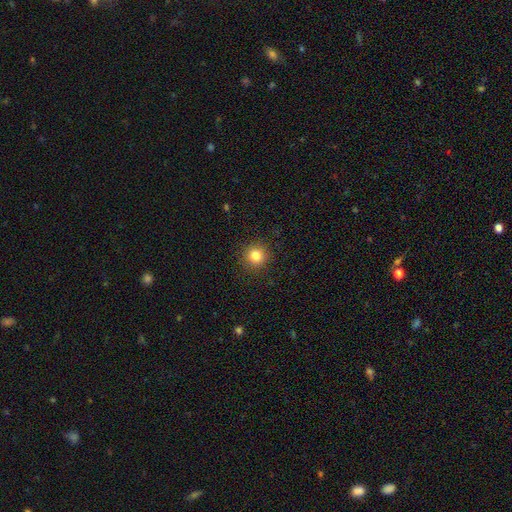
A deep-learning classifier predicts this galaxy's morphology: Smooth or featured? smooth (83%)
How rounded? round (94%)
Merging? none (91%)